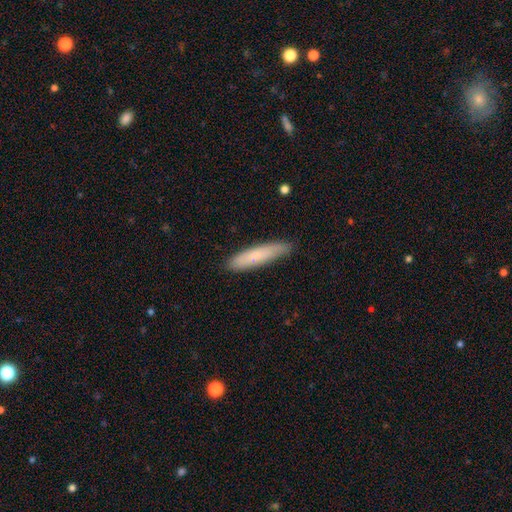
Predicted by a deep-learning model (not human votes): This is likely a smooth galaxy (76%). How rounded: clearly cigar-shaped (85%). Merging: clearly none (84%).